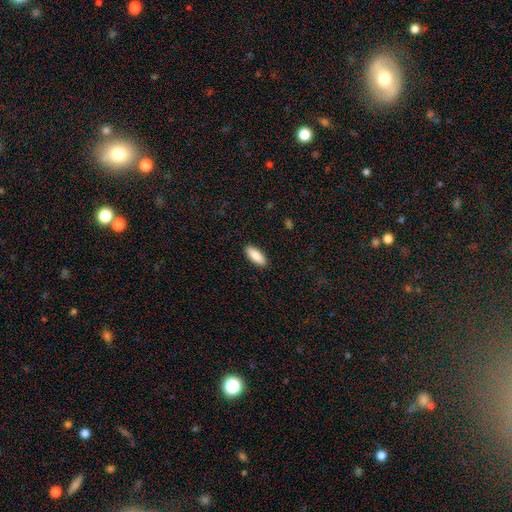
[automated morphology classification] A smooth galaxy with no disk features (88%) that is in between round and cigar-shaped (76%).

Vote fractions:
- Smooth or featured? smooth: 88% / featured or disk: 6% / star or artifact: 6%
- How rounded? in between: 76% / cigar-shaped: 22% / round: 2%
- Merging? none: 90% / minor disturbance: 7% / major disturbance: 2% / merger: 1%